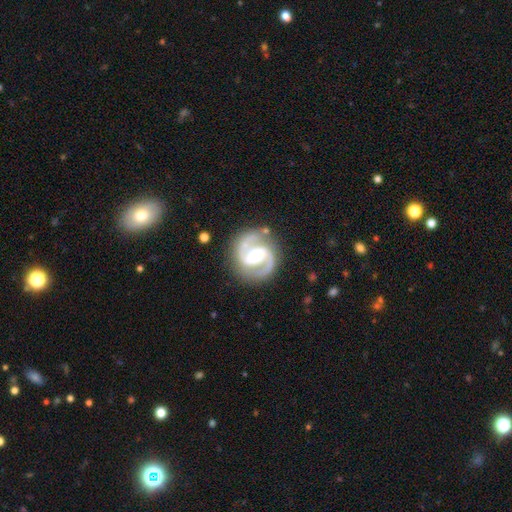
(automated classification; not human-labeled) This appears to be a featured or disk galaxy (92%) with a strong bar (44%), 2 (94%) medium (63%) spiral arms (98%) and a moderate central bulge (59%). Merging: none (83%).